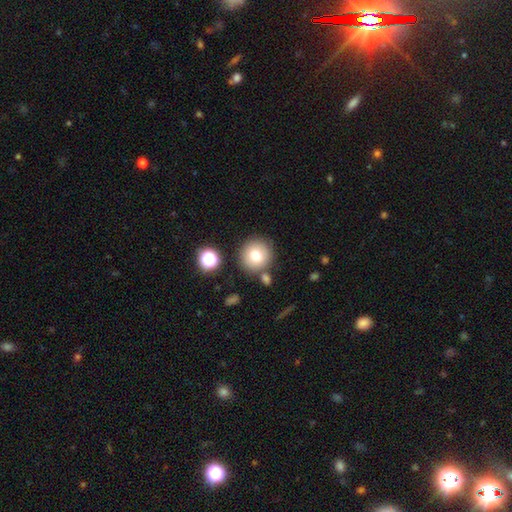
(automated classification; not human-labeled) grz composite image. It shows a smooth galaxy with no disk features (75%) that is round (93%). Merging: none (81%).